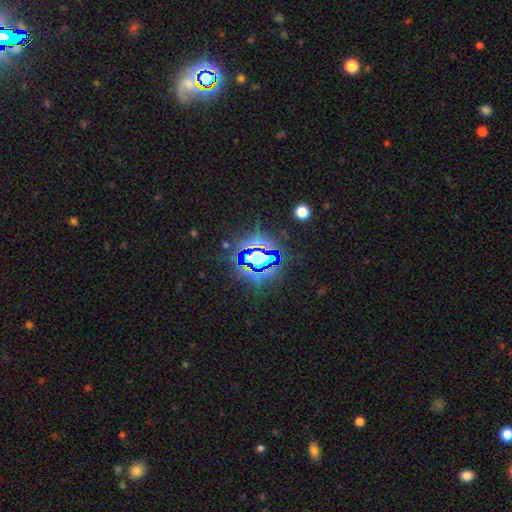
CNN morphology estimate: A star or artifact, not a galaxy (82%).

Vote fractions:
- Smooth or featured? star or artifact: 82% / smooth: 10% / featured or disk: 7%